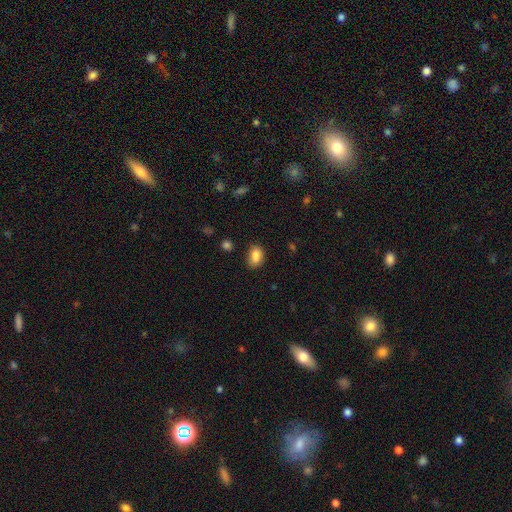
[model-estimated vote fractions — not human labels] smooth 85%, star or artifact 9%, featured or disk 5%. Down the decision tree: how rounded — in between (82%); merging — none (70%).